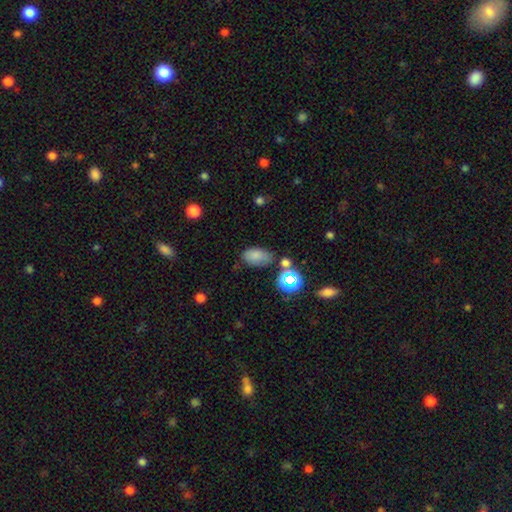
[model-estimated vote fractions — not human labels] smooth 76%, star or artifact 15%, featured or disk 9%. Down the decision tree: how rounded — in between (90%); merging — none (63%).